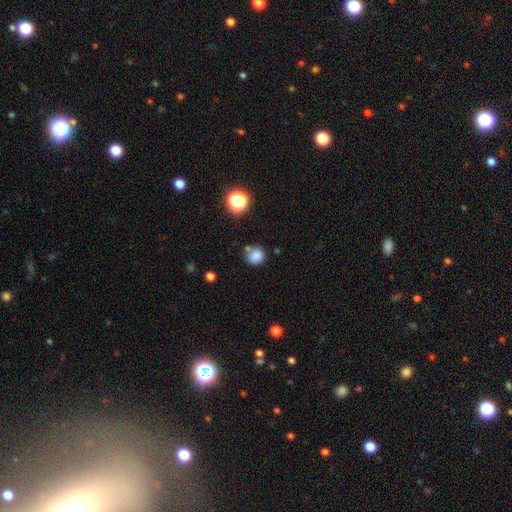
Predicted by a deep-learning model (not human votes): Smooth or featured: smooth — 82% (star or artifact — 13%)
How rounded: round — 89% (in between — 10%)
Merging: none — 71% (minor disturbance — 14%)